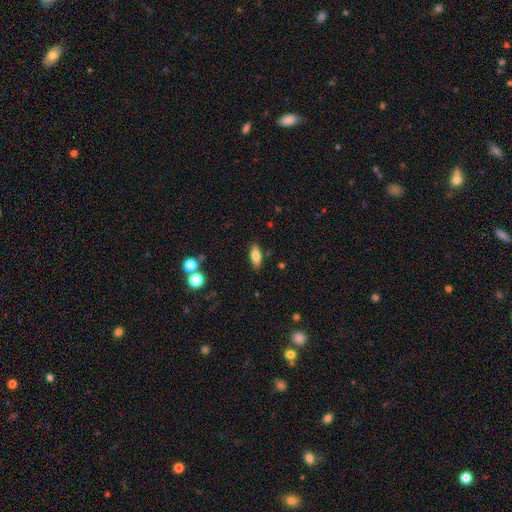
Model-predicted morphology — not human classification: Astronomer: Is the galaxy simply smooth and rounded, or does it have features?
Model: smooth — 76%.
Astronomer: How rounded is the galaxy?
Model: in between — 79%.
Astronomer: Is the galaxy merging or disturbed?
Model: none — 86%.